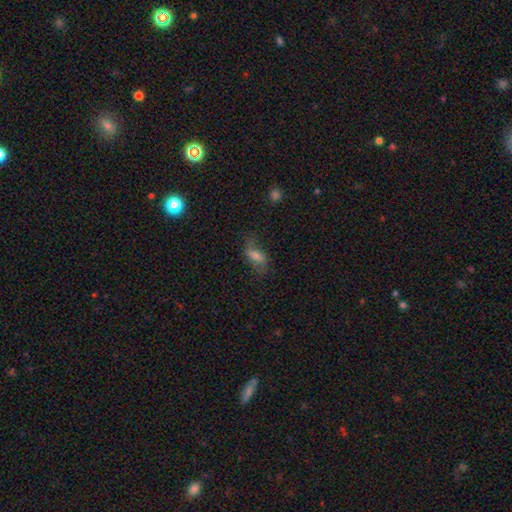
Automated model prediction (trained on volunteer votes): Overall: smooth (52%; featured or disk 34%). How rounded: in between (76%). Merging: none (62%; minor disturbance 23%).